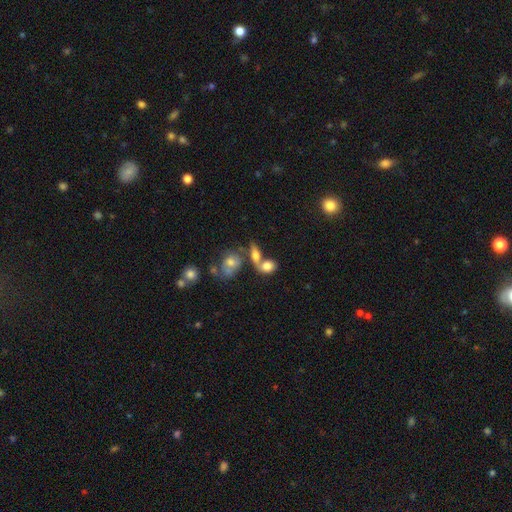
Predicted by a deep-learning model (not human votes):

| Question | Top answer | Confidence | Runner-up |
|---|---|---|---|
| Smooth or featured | smooth | 70% | featured or disk (19%) |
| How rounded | in between | 71% | round (22%) |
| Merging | merger | 47% | none (33%) |